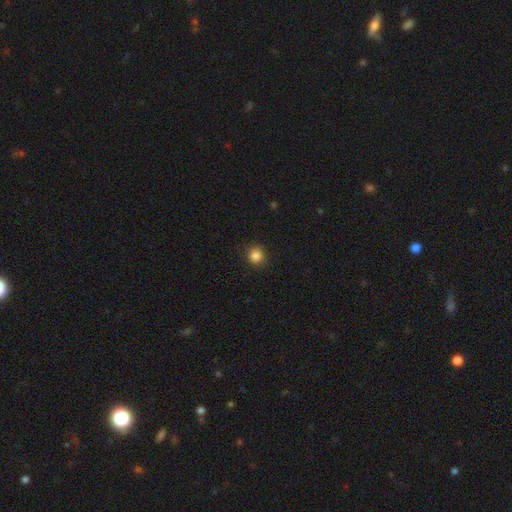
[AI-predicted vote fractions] This is clearly a smooth galaxy (85%). How rounded: clearly round (90%). Merging: clearly none (90%).